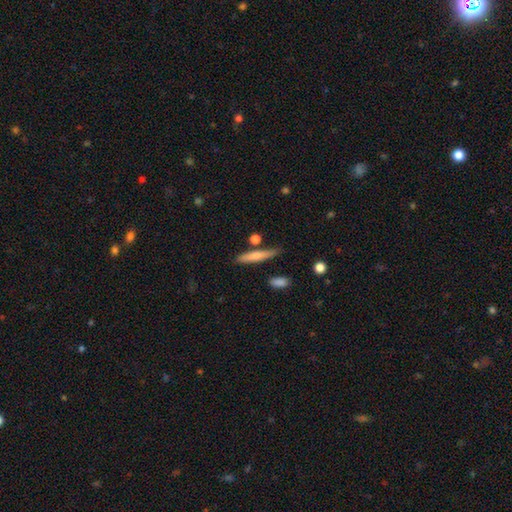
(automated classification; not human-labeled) Smooth or featured? smooth (71%)
How rounded? cigar-shaped (89%)
Merging? none (76%)